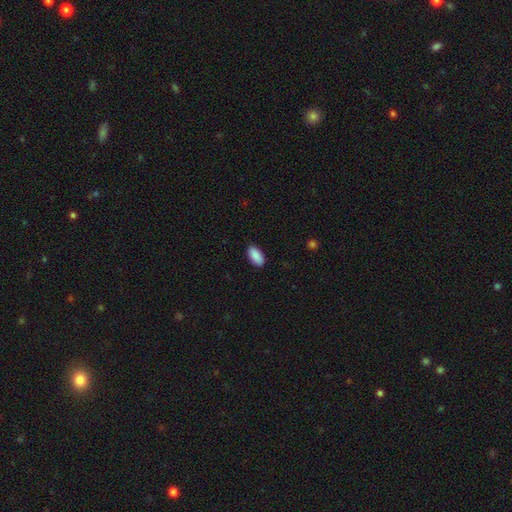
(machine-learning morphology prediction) This appears to be a smooth galaxy with no disk features (90%) that is in between round and cigar-shaped (94%). Merging: none (89%).